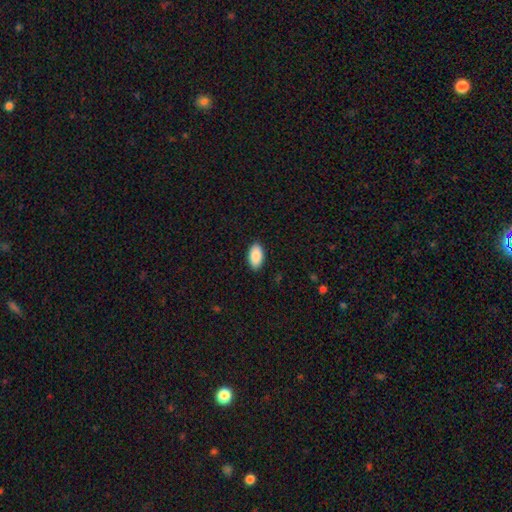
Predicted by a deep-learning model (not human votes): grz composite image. It shows a smooth galaxy with no disk features (89%) that is in between round and cigar-shaped (95%). Merging: none (90%).